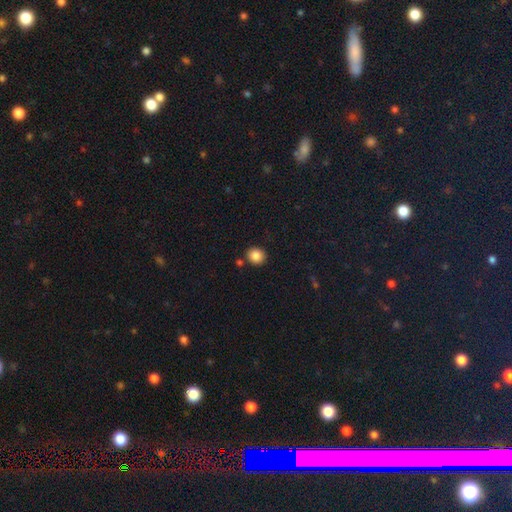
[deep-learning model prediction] The model was most divided on "how rounded": round: 83%, in between: 16%, cigar-shaped: 1%. More confident: smooth or featured — smooth (86%); merging — none (85%).